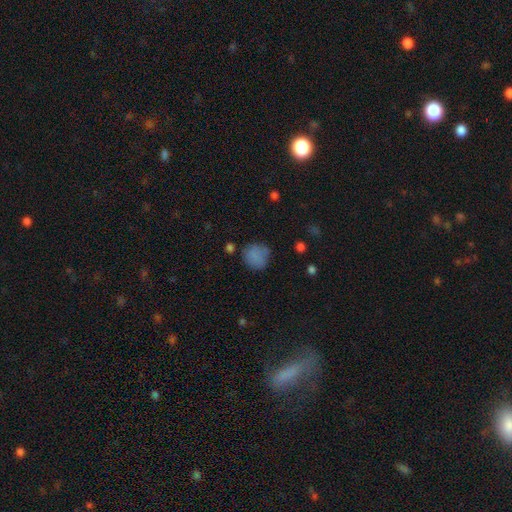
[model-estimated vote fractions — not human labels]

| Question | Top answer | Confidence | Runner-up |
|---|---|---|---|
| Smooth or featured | smooth | 81% | star or artifact (11%) |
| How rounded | round | 86% | in between (13%) |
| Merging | none | 68% | minor disturbance (22%) |